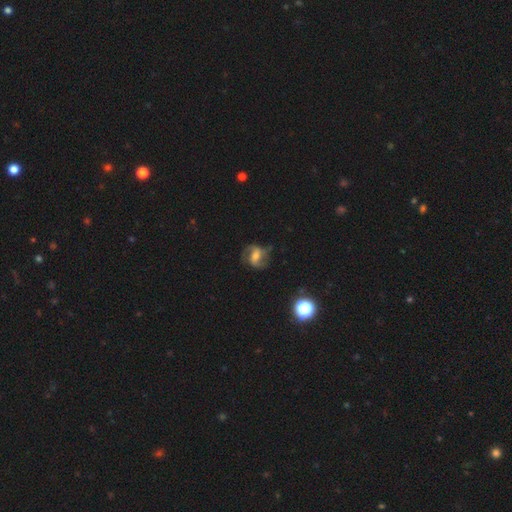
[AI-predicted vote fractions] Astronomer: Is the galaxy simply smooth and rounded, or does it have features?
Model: featured or disk — 74%.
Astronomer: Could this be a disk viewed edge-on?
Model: no — 97%.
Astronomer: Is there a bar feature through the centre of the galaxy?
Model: weak — 46% (runner-up: strong, 31%).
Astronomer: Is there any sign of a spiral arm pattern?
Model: yes — 92%.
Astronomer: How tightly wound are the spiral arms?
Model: medium — 48% (runner-up: loose, 34%).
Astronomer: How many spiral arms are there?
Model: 2 — 79%.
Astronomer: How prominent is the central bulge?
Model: moderate — 50% (runner-up: small, 34%).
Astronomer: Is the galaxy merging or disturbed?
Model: none — 66%.